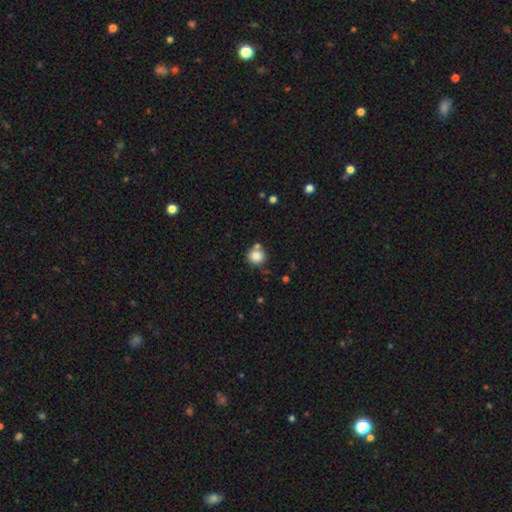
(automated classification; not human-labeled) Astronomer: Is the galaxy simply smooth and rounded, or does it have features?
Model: smooth — 84%.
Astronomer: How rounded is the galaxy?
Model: round — 92%.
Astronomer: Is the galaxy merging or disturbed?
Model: none — 71%.